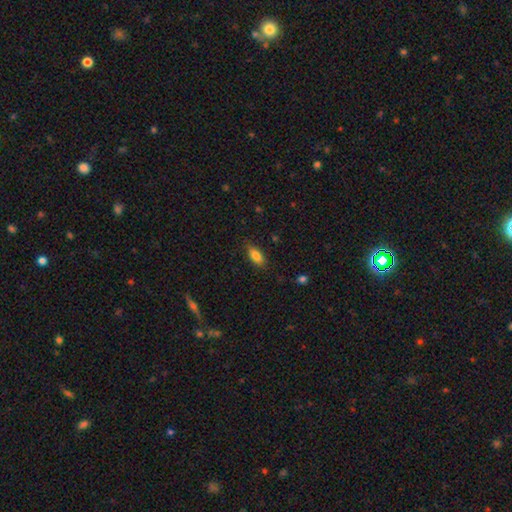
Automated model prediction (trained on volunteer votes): This appears to be a smooth galaxy with no disk features (82%) that is in between round and cigar-shaped (84%). Merging: none (82%).